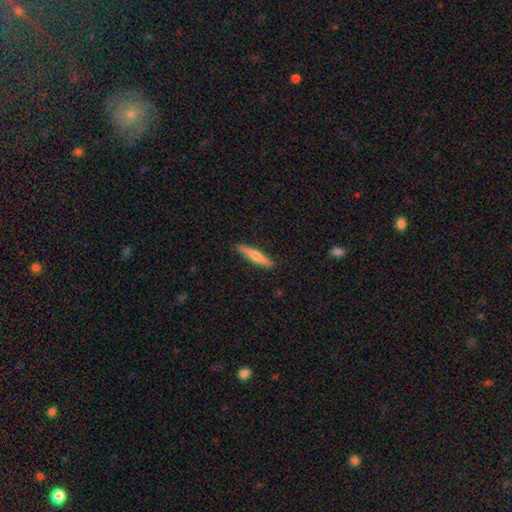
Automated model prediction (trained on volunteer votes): A smooth galaxy with no disk features (48%).

Vote fractions:
- Smooth or featured? smooth: 48% / featured or disk: 46% / star or artifact: 6%
- Merging? none: 89% / minor disturbance: 8% / major disturbance: 2% / merger: 1%